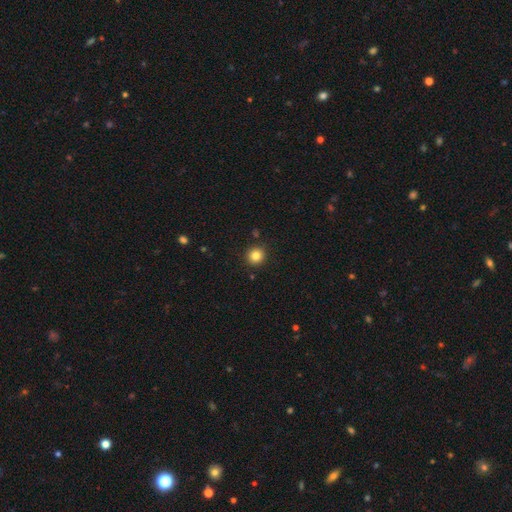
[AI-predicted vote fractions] smooth 83%, star or artifact 12%, featured or disk 5%. Down the decision tree: how rounded — round (93%); merging — none (91%).